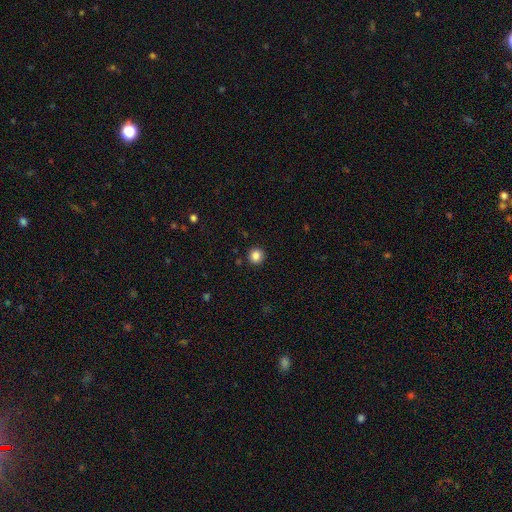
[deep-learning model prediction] A smooth galaxy with no disk features (85%) that is round (94%).

Vote fractions:
- Smooth or featured? smooth: 85% / star or artifact: 11% / featured or disk: 4%
- How rounded? round: 94% / in between: 5% / cigar-shaped: 1%
- Merging? none: 92% / minor disturbance: 5% / major disturbance: 2% / merger: 1%